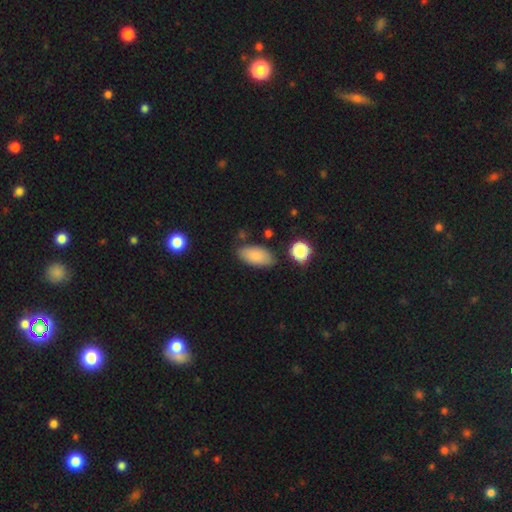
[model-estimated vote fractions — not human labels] A smooth galaxy with no disk features (85%) that is in between round and cigar-shaped (91%).

Vote fractions:
- Smooth or featured? smooth: 85% / featured or disk: 8% / star or artifact: 7%
- How rounded? in between: 91% / cigar-shaped: 6% / round: 3%
- Merging? none: 75% / minor disturbance: 16% / merger: 4% / major disturbance: 4%